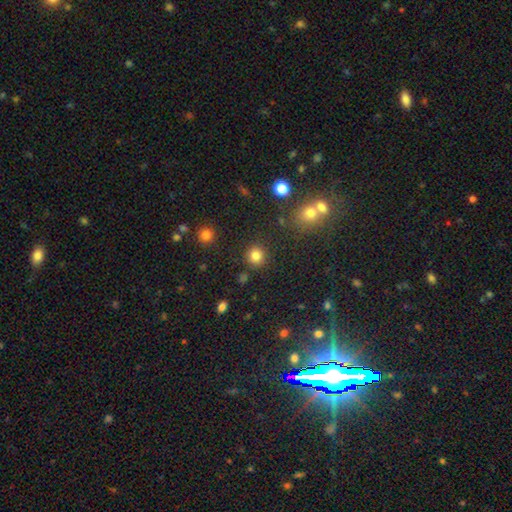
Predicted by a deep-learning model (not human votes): Morphology: type=smooth (82%); roundness=round (91%); merging=none (89%).